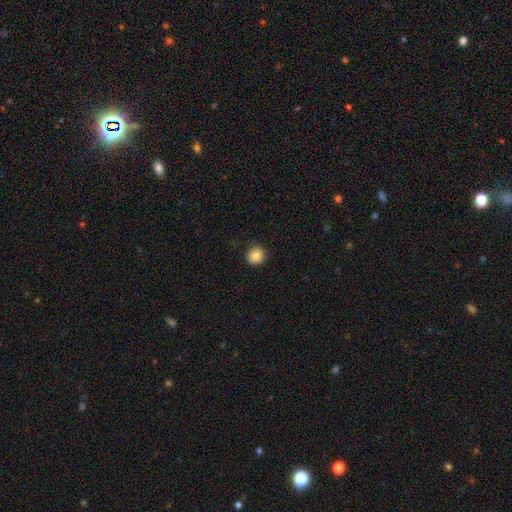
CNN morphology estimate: The model was most divided on "smooth or featured": smooth: 85%, star or artifact: 9%, featured or disk: 5%. More confident: how rounded — round (90%); merging — none (88%).